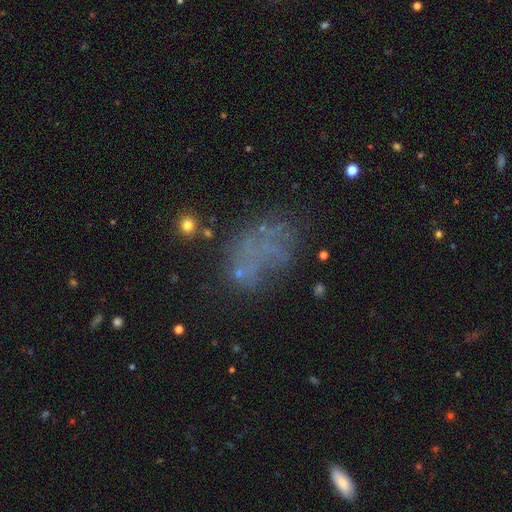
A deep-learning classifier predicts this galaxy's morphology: type=smooth (36%, tied with featured or disk); merging=none (49%).